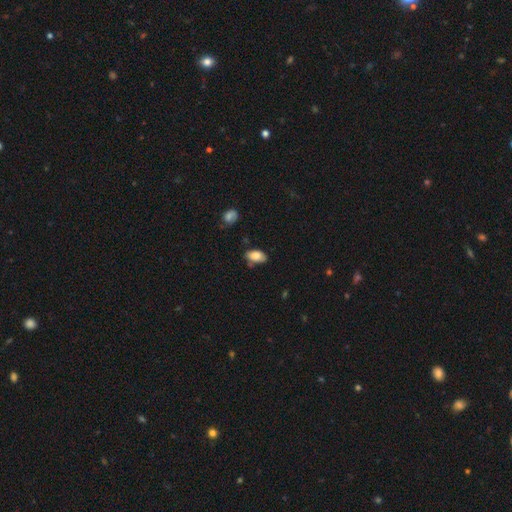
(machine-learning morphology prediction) Q: Smooth or featured?
A: smooth (82%); runner-up: featured or disk (10%)
Q: How rounded?
A: in between (93%); runner-up: round (4%)
Q: Merging?
A: none (68%); runner-up: minor disturbance (23%)